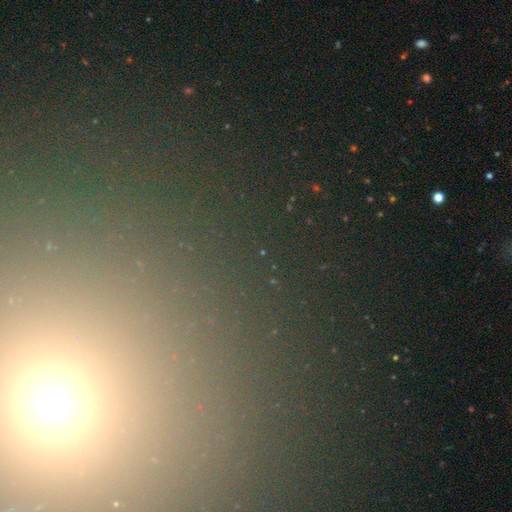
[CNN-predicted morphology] A star or artifact, not a galaxy (66%).

Vote fractions:
- Smooth or featured? star or artifact: 66% / smooth: 24% / featured or disk: 10%